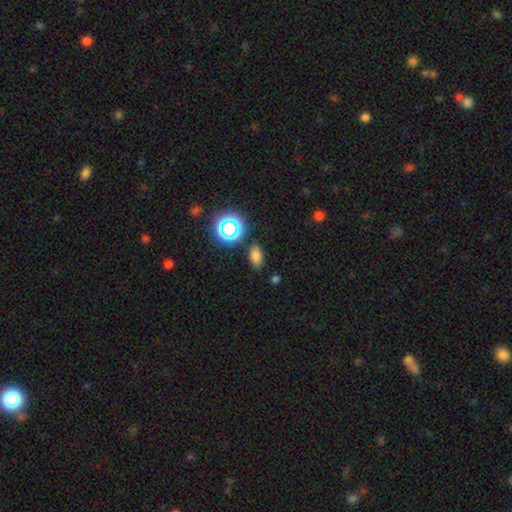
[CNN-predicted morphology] Smooth or featured? Predicted: smooth (p=0.73). How rounded? Predicted: in between (p=0.88). Merging? Predicted: none (p=0.84).